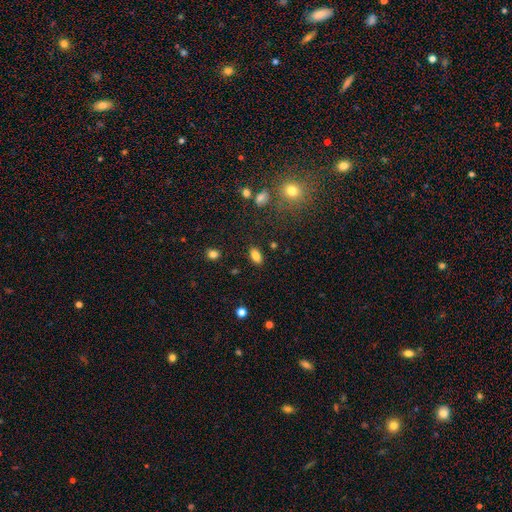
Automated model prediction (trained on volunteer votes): The model was most divided on "smooth or featured": smooth: 83%, star or artifact: 10%, featured or disk: 7%. More confident: how rounded — in between (90%); merging — none (86%).